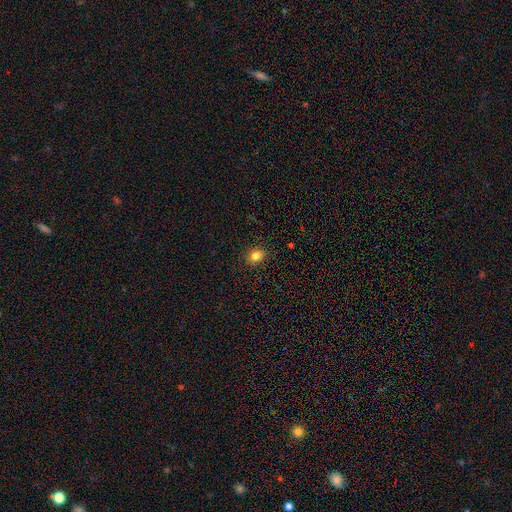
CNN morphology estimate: Smooth or featured? Predicted: smooth (p=0.82). How rounded? Predicted: in between (p=0.56). Merging? Predicted: none (p=0.89).